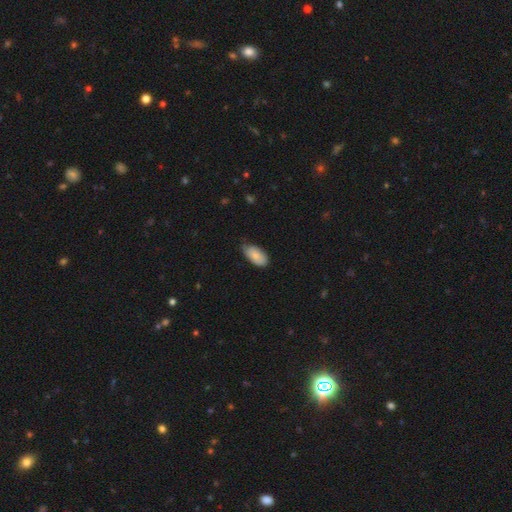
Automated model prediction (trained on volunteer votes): Smooth or featured? smooth (81%)
How rounded? in between (94%)
Merging? none (58%)